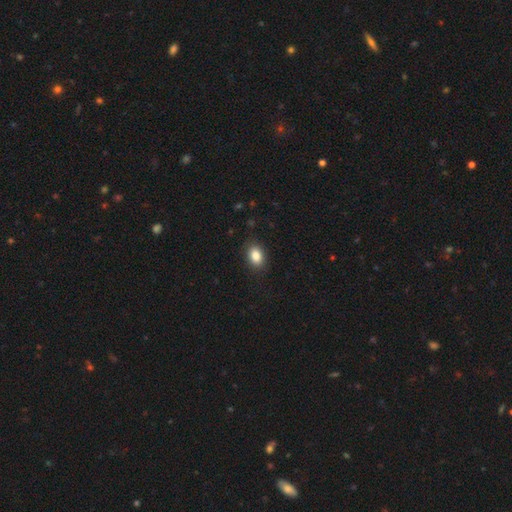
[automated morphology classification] Smooth or featured? Predicted: smooth (p=0.86). How rounded? Predicted: in between (p=0.82). Merging? Predicted: none (p=0.87).